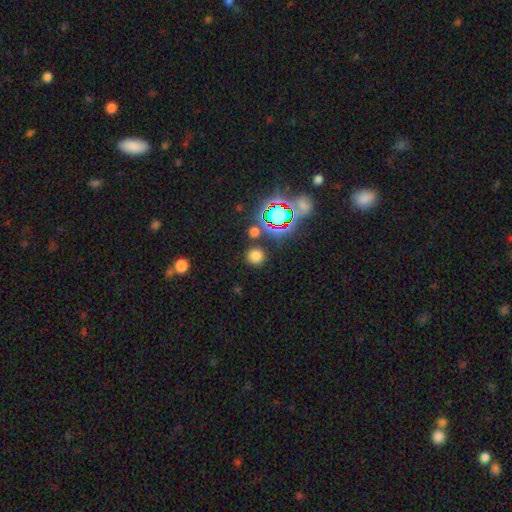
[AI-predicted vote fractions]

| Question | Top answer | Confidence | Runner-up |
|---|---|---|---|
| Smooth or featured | smooth | 71% | star or artifact (22%) |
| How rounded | round | 90% | in between (8%) |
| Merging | none | 84% | minor disturbance (7%) |